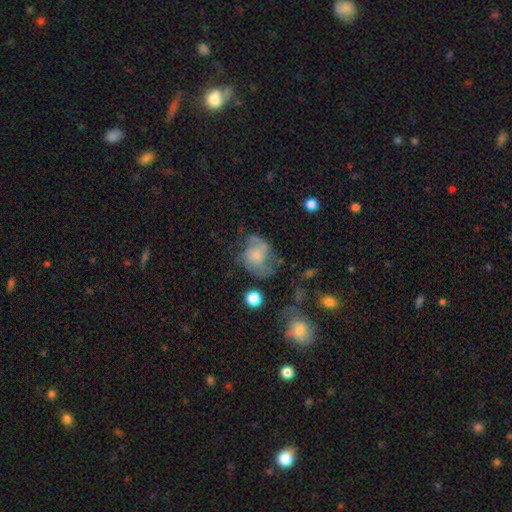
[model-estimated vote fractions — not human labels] smooth_or_featured: featured or disk (p=0.64) [alt: smooth p=0.25]
disk_edge_on: no (p=0.97) [alt: yes p=0.03]
bar: no (p=0.73) [alt: weak p=0.24]
has_spiral_arms: yes (p=0.83) [alt: no p=0.17]
spiral_winding: medium (p=0.47) [alt: loose p=0.27]
spiral_arm_count: 2 (p=0.50) [alt: can't tell p=0.24]
bulge_size: small (p=0.43) [alt: moderate p=0.35]
merging: none (p=0.49) [alt: minor disturbance p=0.23]